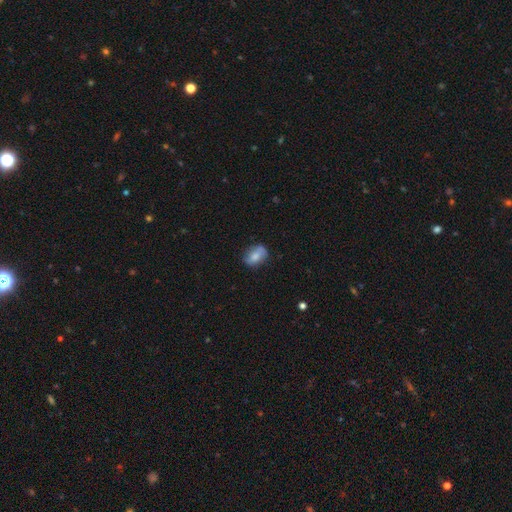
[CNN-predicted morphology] Overall: smooth (65%; featured or disk 27%). How rounded: in between (76%). Merging: none (67%).